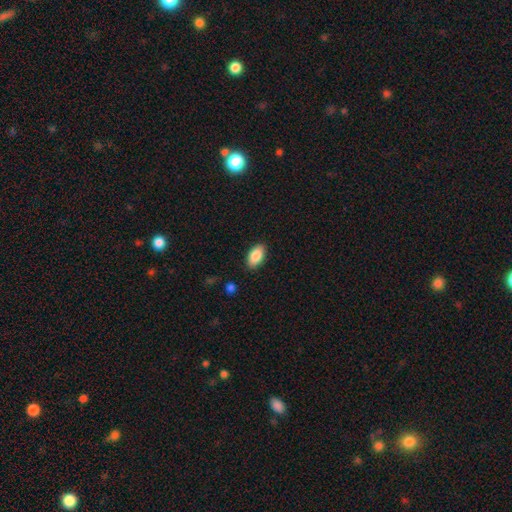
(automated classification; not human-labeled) Smooth or featured? Predicted: smooth (p=0.87). How rounded? Predicted: in between (p=0.94). Merging? Predicted: none (p=0.88).